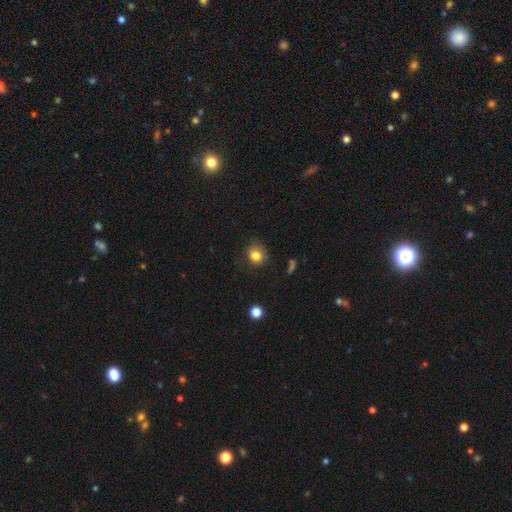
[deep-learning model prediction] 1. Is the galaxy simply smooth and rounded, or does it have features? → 82% smooth, 12% star or artifact, 7% featured or disk.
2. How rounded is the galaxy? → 74% round, 25% in between, 1% cigar-shaped.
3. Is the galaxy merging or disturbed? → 76% none, 18% minor disturbance, 5% major disturbance, 2% merger.